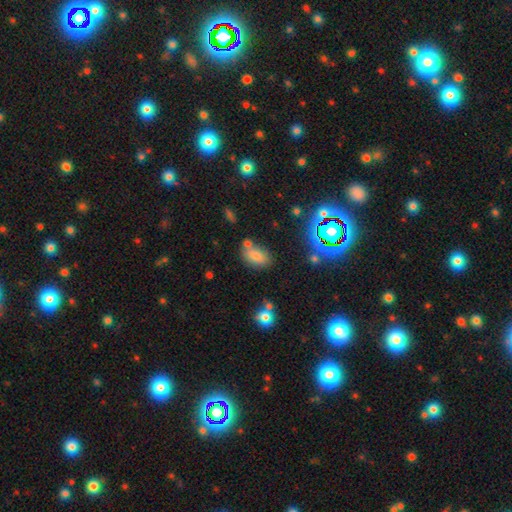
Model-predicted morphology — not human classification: Smooth or featured? Predicted: smooth (p=0.75). How rounded? Predicted: in between (p=0.88). Merging? Predicted: none (p=0.58).